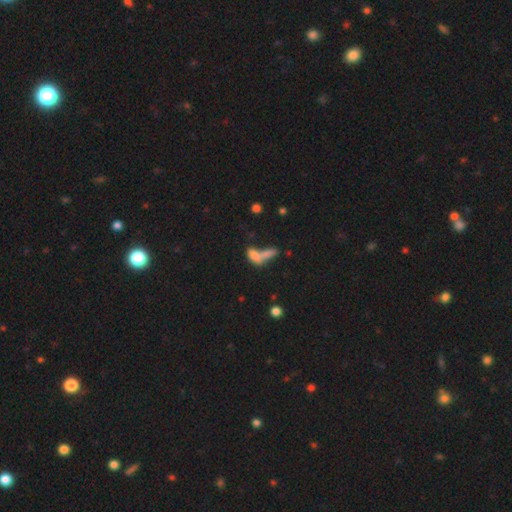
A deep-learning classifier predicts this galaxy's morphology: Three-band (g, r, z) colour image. It shows a smooth galaxy with no disk features (68%) that is in between round and cigar-shaped (67%). Merging: merger (58%).